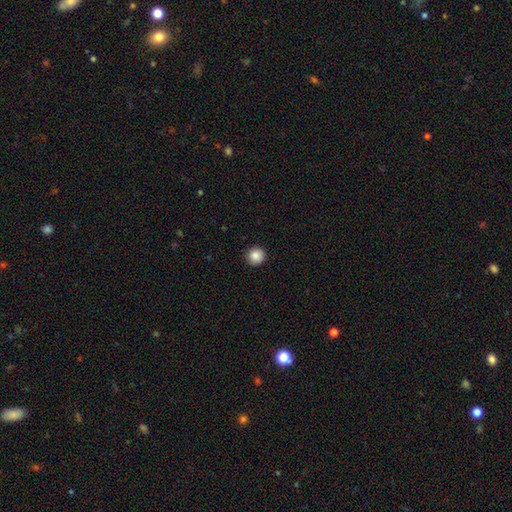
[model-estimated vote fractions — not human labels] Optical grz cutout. It shows a smooth galaxy with no disk features (87%) that is round (94%). Merging: none (92%).